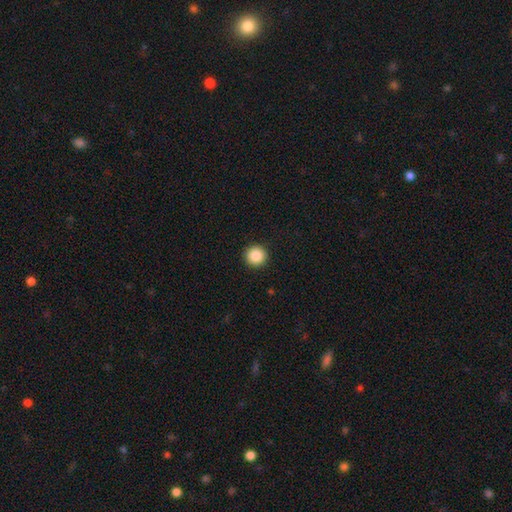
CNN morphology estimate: Smooth or featured? smooth (87%)
How rounded? round (96%)
Merging? none (93%)